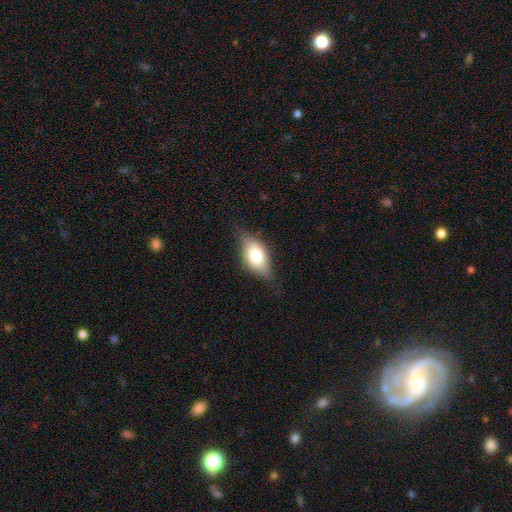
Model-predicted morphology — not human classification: This is likely a smooth galaxy (66%). How rounded: clearly in between (86%). Merging: likely none (70%).